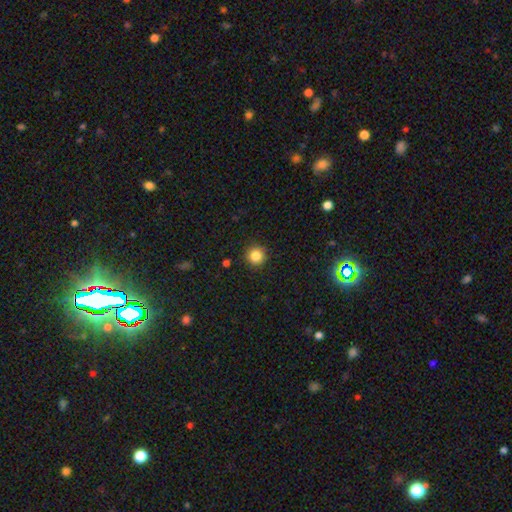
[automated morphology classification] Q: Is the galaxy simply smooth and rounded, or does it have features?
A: smooth — 85%.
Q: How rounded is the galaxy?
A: round — 95%.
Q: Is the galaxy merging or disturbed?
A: none — 92%.